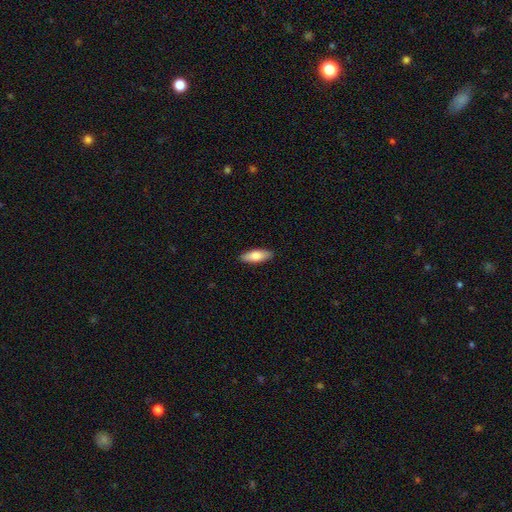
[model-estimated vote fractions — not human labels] Smooth or featured: smooth — 75% (featured or disk — 20%)
How rounded: in between — 64% (cigar-shaped — 33%)
Merging: none — 90% (minor disturbance — 8%)